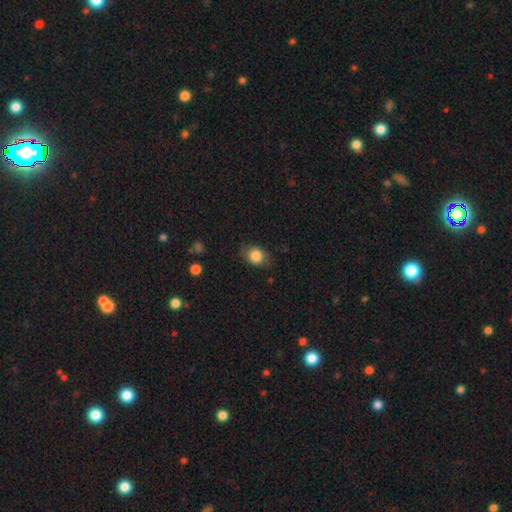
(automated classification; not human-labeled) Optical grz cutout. It shows a smooth galaxy with no disk features (83%) that is in between round and cigar-shaped (54%). Merging: none (74%).